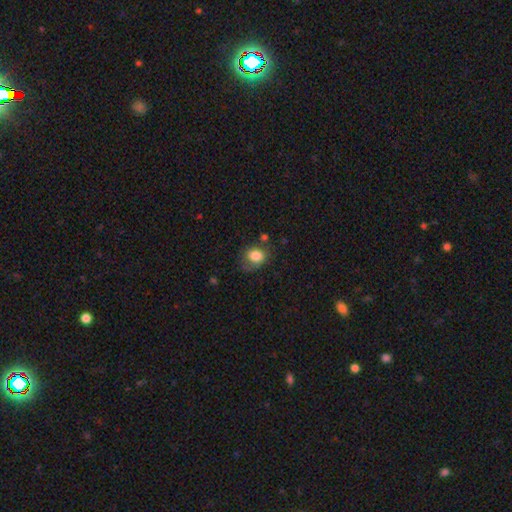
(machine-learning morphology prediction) Smooth or featured?
  - smooth: 82% *
  - featured or disk: 9%
  - star or artifact: 9%
How rounded?
  - round: 53% *
  - in between: 46%
  - cigar-shaped: 1%
Merging?
  - none: 55% *
  - minor disturbance: 27%
  - major disturbance: 13%
  - merger: 5%